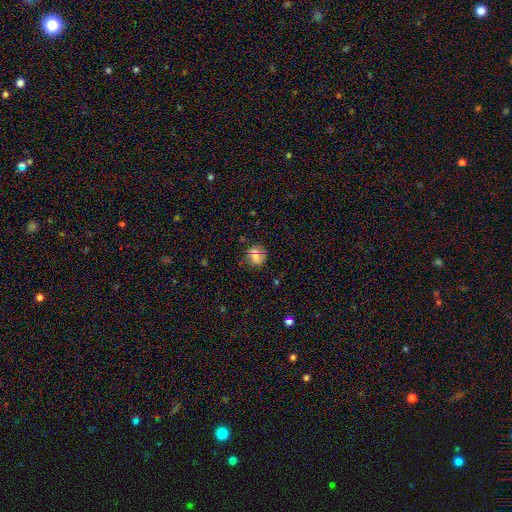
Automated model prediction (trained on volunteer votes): smooth-or-featured: smooth: 66% | star or artifact: 19% | featured or disk: 15%
  how-rounded: round: 83% | in between: 15% | cigar-shaped: 1%
  merging: none: 76% | minor disturbance: 15% | major disturbance: 5% | merger: 4%